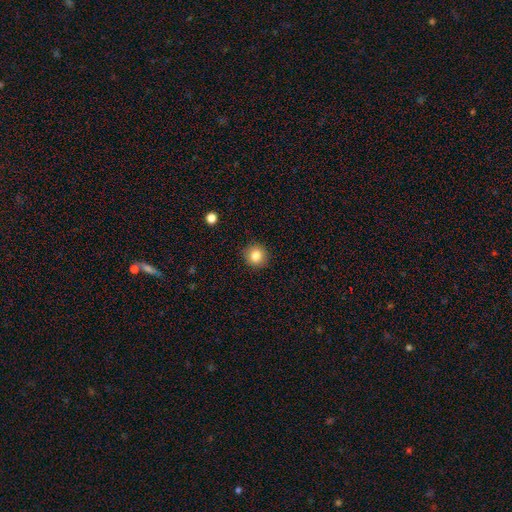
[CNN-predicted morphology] Q: Smooth or featured?
A: smooth (83%); runner-up: star or artifact (10%)
Q: How rounded?
A: round (91%); runner-up: in between (8%)
Q: Merging?
A: none (91%); runner-up: minor disturbance (6%)